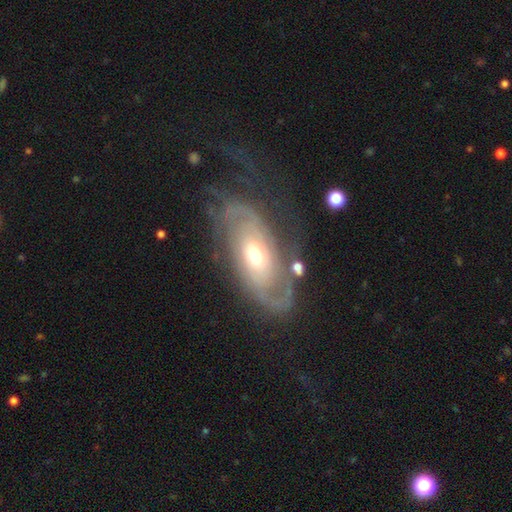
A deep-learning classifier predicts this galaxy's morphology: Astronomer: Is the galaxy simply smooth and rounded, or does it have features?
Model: featured or disk — 82%.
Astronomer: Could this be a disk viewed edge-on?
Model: no — 93%.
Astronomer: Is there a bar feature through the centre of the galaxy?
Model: no — 70%.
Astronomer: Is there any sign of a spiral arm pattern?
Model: yes — 90%.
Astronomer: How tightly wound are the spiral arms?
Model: tight — 50% (runner-up: medium, 33%).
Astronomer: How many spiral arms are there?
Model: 2 — 52%.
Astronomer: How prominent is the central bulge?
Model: moderate — 59%.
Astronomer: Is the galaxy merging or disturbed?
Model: none — 57%.